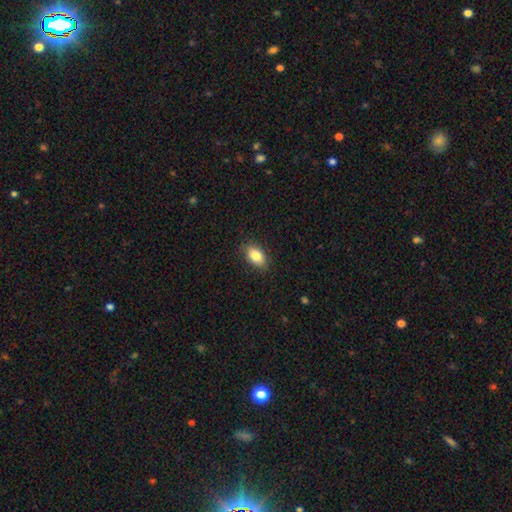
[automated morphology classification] The model was most divided on "merging": none: 84%, minor disturbance: 13%, major disturbance: 3%, merger: 1%. More confident: how rounded — in between (88%); smooth or featured — smooth (84%).